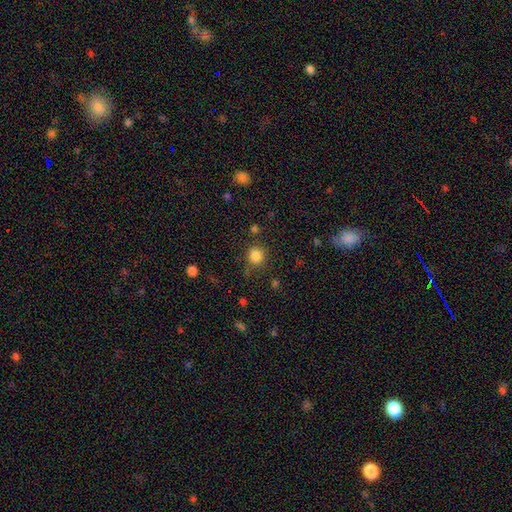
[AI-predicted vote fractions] Morphology: type=smooth (84%); roundness=round (89%); merging=none (82%).